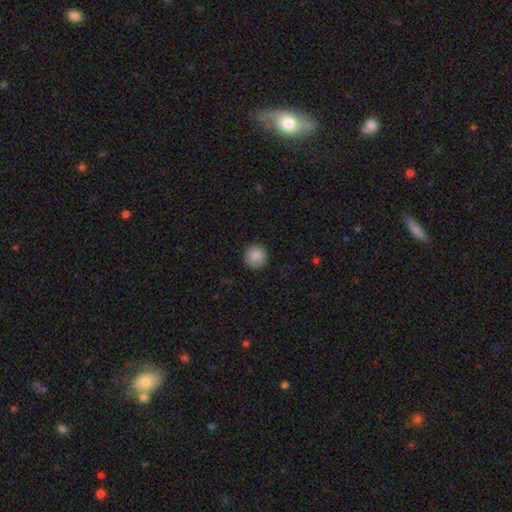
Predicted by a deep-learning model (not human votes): smooth-or-featured: smooth: 88% | star or artifact: 8% | featured or disk: 4%
  how-rounded: round: 95% | in between: 4% | cigar-shaped: 1%
  merging: none: 91% | minor disturbance: 6% | major disturbance: 2% | merger: 1%